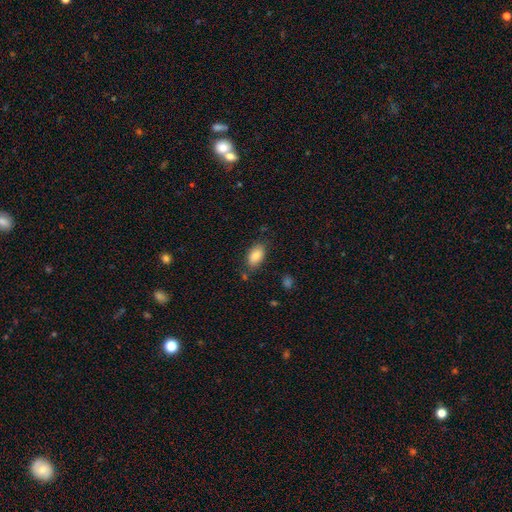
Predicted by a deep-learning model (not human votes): Morphology: type=smooth (85%); roundness=in between (93%); merging=none (77%).